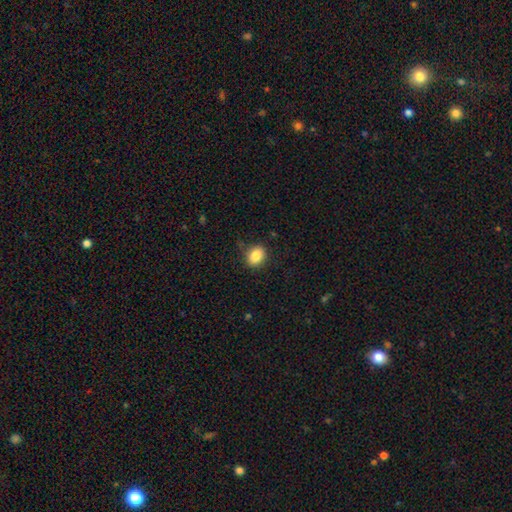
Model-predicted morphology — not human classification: Smooth or featured?
  - smooth: 85% *
  - star or artifact: 9%
  - featured or disk: 6%
How rounded?
  - in between: 61% *
  - round: 38%
  - cigar-shaped: 1%
Merging?
  - none: 81% *
  - minor disturbance: 14%
  - major disturbance: 4%
  - merger: 2%